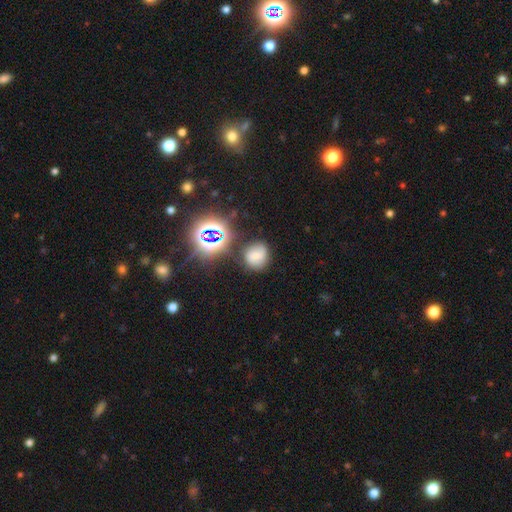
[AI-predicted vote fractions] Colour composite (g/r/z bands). It shows a smooth galaxy with no disk features (56%) that is round (74%). Merging: none (68%).